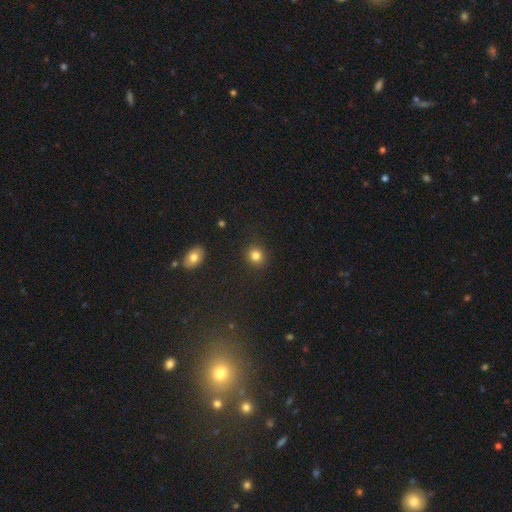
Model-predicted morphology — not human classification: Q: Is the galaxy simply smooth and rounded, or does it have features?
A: smooth — 82%.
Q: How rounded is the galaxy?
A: round — 83%.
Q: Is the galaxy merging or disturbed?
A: none — 89%.